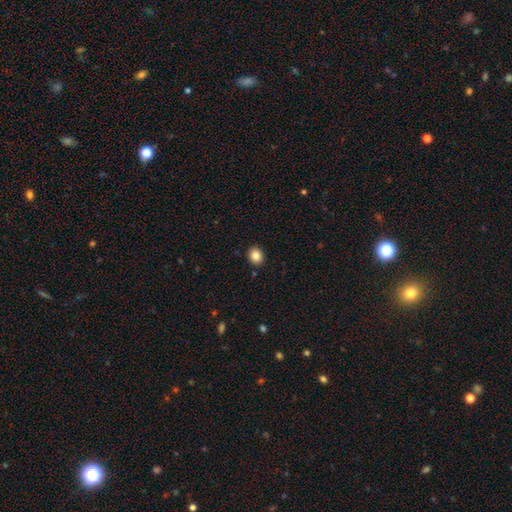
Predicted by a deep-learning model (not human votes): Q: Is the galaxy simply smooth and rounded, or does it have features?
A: smooth — 85%.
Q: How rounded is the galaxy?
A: round — 65%.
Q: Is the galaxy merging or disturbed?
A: none — 91%.